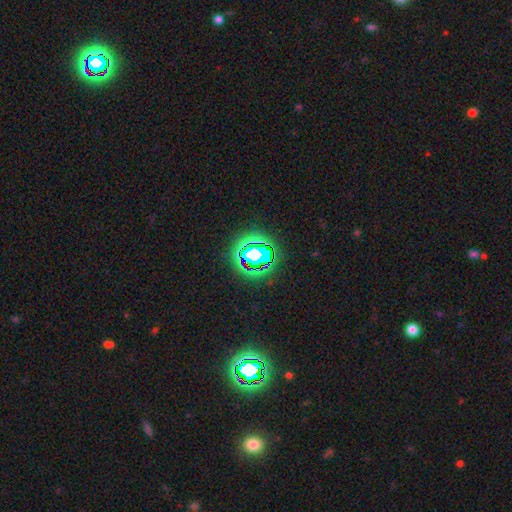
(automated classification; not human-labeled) This appears to be a star or artifact, not a galaxy (63%).